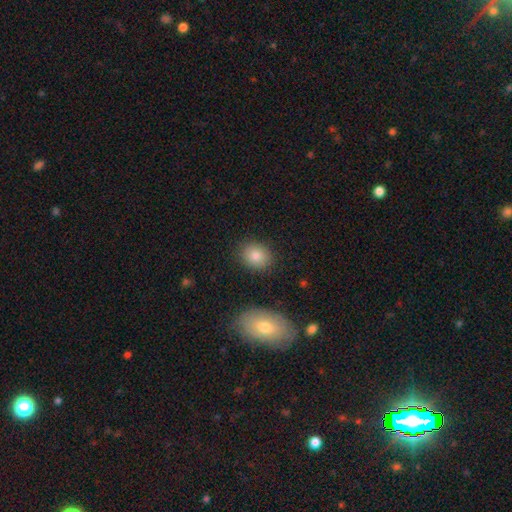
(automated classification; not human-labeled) The model was most divided on "how rounded": in between: 52%, round: 47%, cigar-shaped: 1%. More confident: merging — none (86%); smooth or featured — smooth (82%).